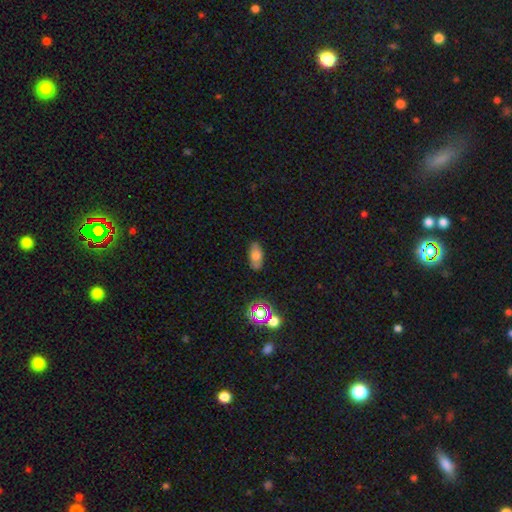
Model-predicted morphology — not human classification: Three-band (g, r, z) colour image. It shows a smooth galaxy with no disk features (67%) that is in between round and cigar-shaped (89%). Merging: none (81%).